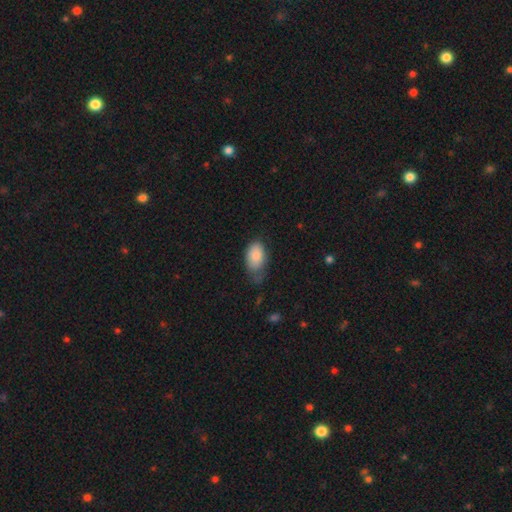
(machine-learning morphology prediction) smooth-or-featured: smooth: 84% | featured or disk: 9% | star or artifact: 7%
  how-rounded: in between: 91% | round: 7% | cigar-shaped: 2%
  merging: none: 43% | minor disturbance: 40% | major disturbance: 14% | merger: 3%